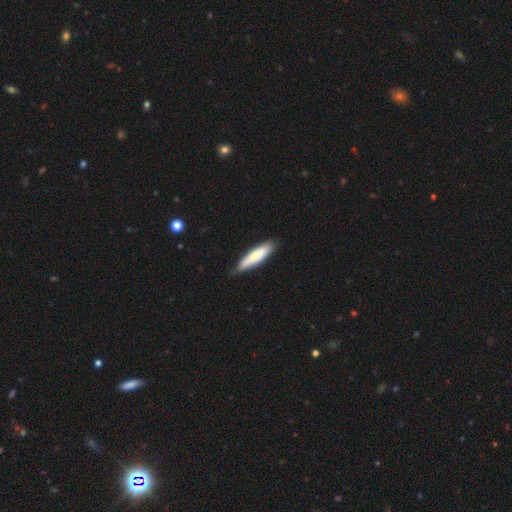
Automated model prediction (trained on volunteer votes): The model was most divided on "how rounded": cigar-shaped: 75%, in between: 24%, round: 1%. More confident: merging — none (78%); smooth or featured — smooth (75%).